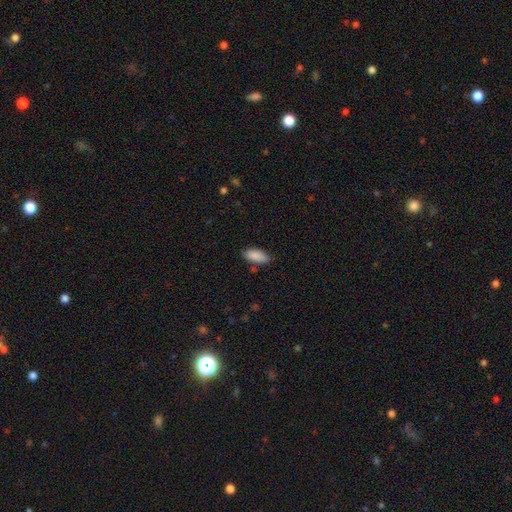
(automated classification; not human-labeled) smooth_or_featured: smooth (p=0.89) [alt: star or artifact p=0.06]
how_rounded: in between (p=0.88) [alt: cigar-shaped p=0.10]
merging: none (p=0.77) [alt: minor disturbance p=0.17]